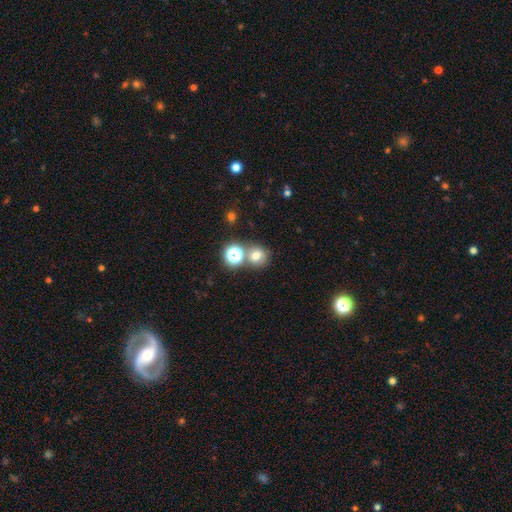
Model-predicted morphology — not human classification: smooth_or_featured: smooth (p=0.68) [alt: star or artifact p=0.22]
how_rounded: round (p=0.82) [alt: in between p=0.17]
merging: none (p=0.64) [alt: merger p=0.23]